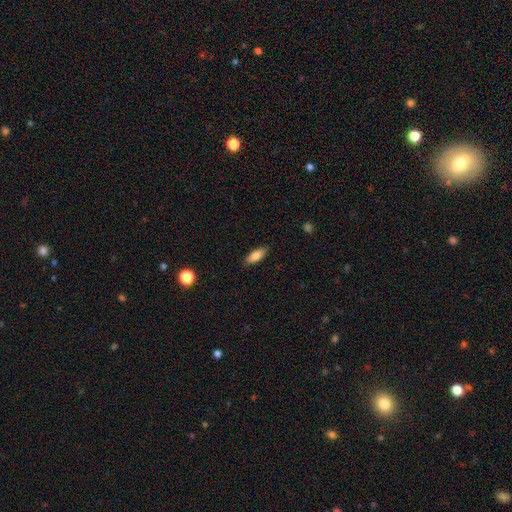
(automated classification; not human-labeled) Smooth or featured: smooth — 83% (featured or disk — 10%)
How rounded: in between — 72% (cigar-shaped — 26%)
Merging: none — 87% (minor disturbance — 10%)